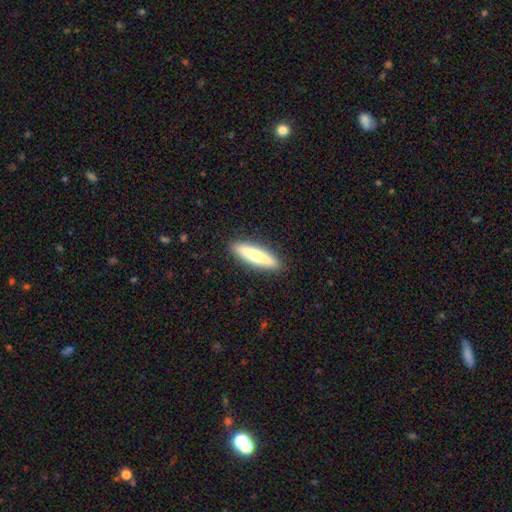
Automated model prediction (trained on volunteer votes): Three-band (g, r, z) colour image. It shows a smooth galaxy with no disk features (55%) that is cigar-shaped (72%). Merging: none (90%).